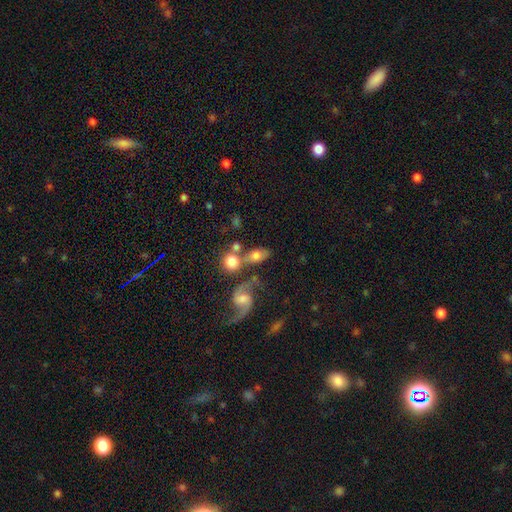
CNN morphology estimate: smooth 56%, featured or disk 35%, star or artifact 9%. Down the decision tree: how rounded — in between (75%); merging — none (45%).